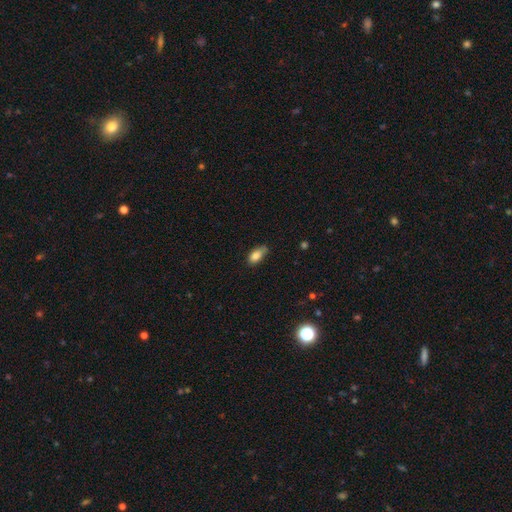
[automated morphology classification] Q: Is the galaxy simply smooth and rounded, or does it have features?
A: smooth — 83%.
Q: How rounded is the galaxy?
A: in between — 87%.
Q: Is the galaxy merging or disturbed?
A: none — 56%.